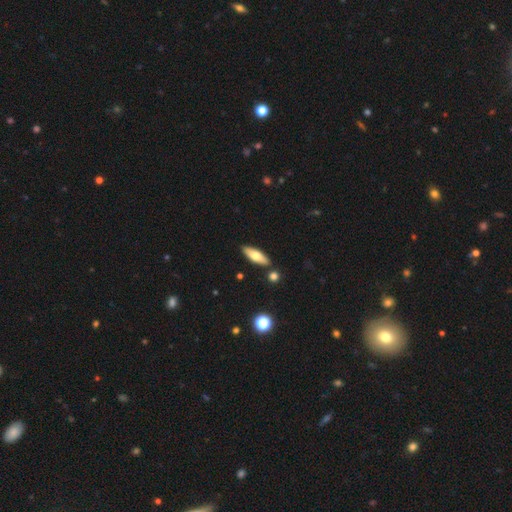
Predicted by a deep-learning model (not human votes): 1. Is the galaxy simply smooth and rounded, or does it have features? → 64% smooth, 30% featured or disk, 6% star or artifact.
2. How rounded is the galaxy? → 56% in between, 42% cigar-shaped, 2% round.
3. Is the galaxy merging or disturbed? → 84% none, 10% minor disturbance, 5% merger, 2% major disturbance.